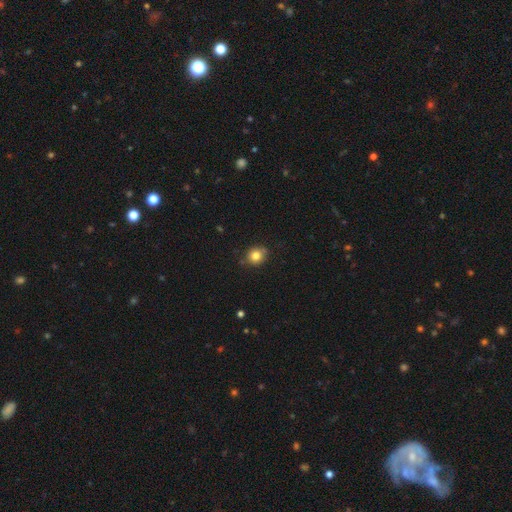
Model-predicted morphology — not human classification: smooth_or_featured: smooth (p=0.81) [alt: star or artifact p=0.11]
how_rounded: round (p=0.80) [alt: in between p=0.19]
merging: none (p=0.78) [alt: minor disturbance p=0.15]